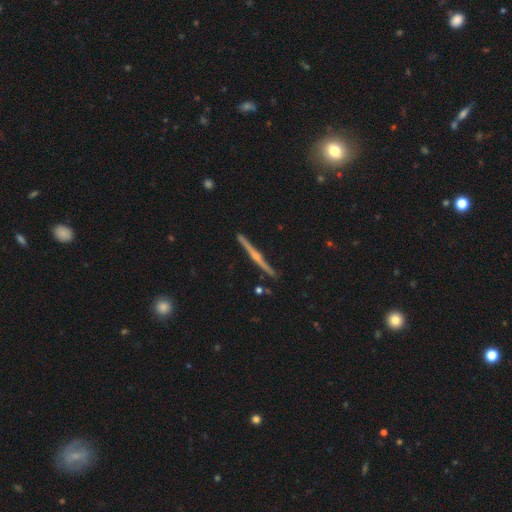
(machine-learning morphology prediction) A featured or disk galaxy (80%) viewed edge-on (99%) with a rounded central bulge (80%). Merging: none (91%).